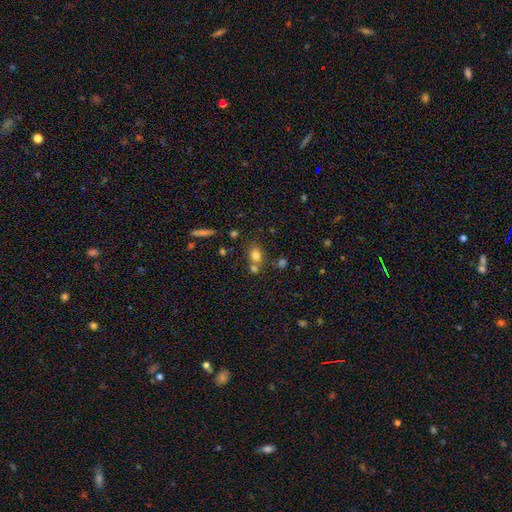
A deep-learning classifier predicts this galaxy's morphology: A smooth galaxy with no disk features (78%) that is round (49%, tied with in between).

Vote fractions:
- Smooth or featured? smooth: 78% / star or artifact: 13% / featured or disk: 9%
- How rounded? round: 49% (tied) / in between: 49% (tied) / cigar-shaped: 2%
- Merging? none: 55% / merger: 30% / minor disturbance: 11% / major disturbance: 4%